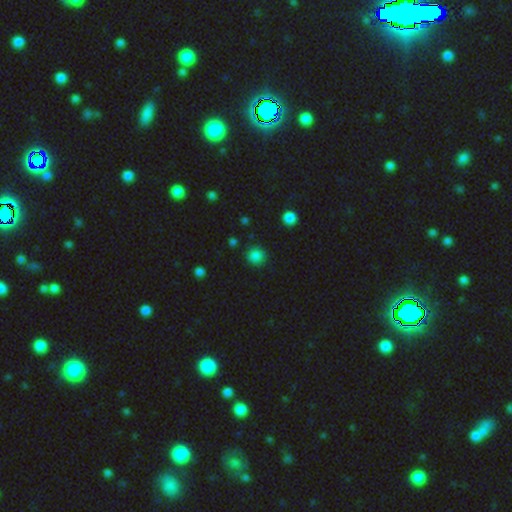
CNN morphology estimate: Smooth or featured? Predicted: smooth (p=0.84). How rounded? Predicted: round (p=0.91). Merging? Predicted: none (p=0.88).